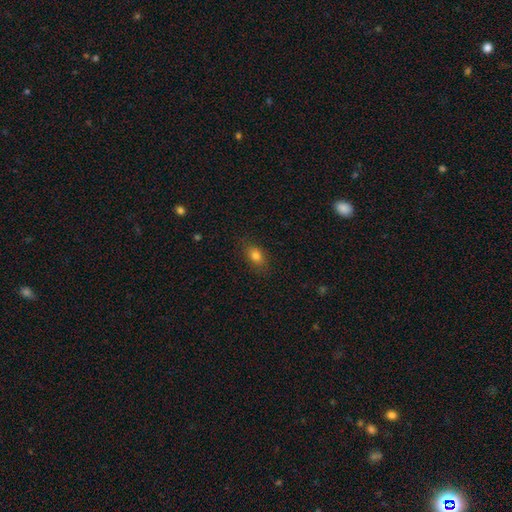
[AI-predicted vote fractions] The model was most divided on "how rounded": in between: 80%, round: 17%, cigar-shaped: 3%. More confident: merging — none (84%); smooth or featured — smooth (80%).